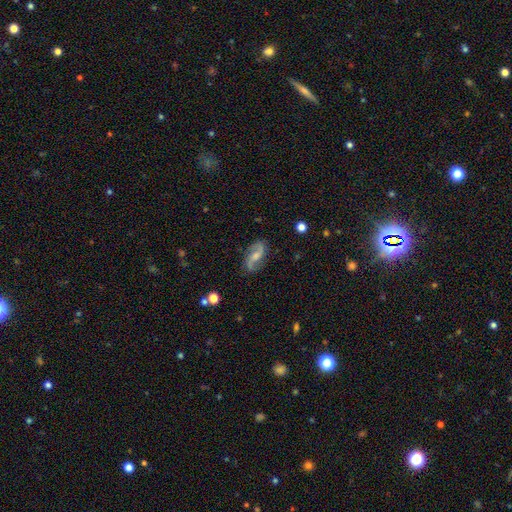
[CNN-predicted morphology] type=featured or disk (82%); edge-on=no (96%); bar=weak (44%); spiral arms=yes (96%); winding=loose (66%); arm count=2 (93%); bulge=moderate (42%); merging=none (81%).